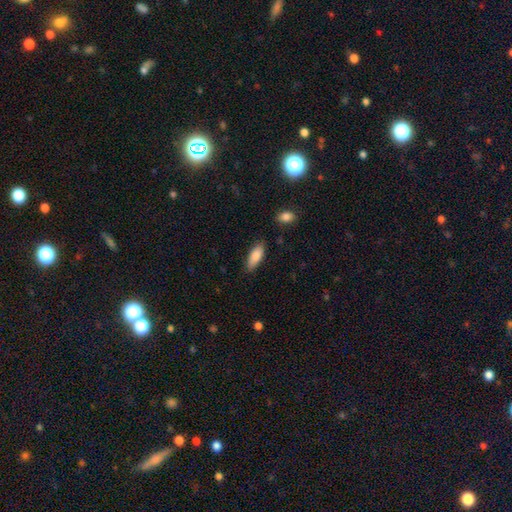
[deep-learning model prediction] Q: Smooth or featured?
A: smooth (84%); runner-up: featured or disk (10%)
Q: How rounded?
A: in between (72%); runner-up: cigar-shaped (26%)
Q: Merging?
A: none (81%); runner-up: minor disturbance (14%)